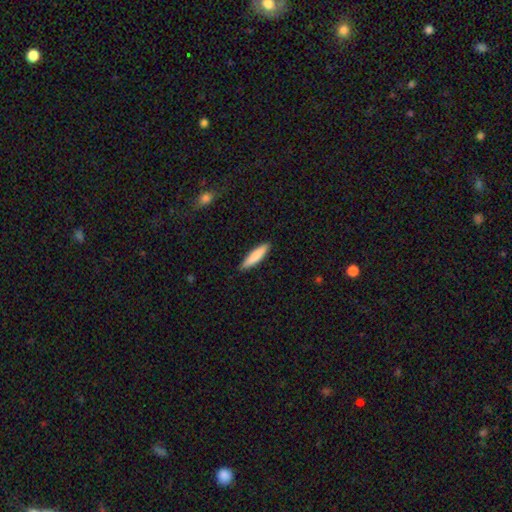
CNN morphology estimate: This is clearly a smooth galaxy (81%). How rounded: clearly cigar-shaped (81%). Merging: clearly none (89%).